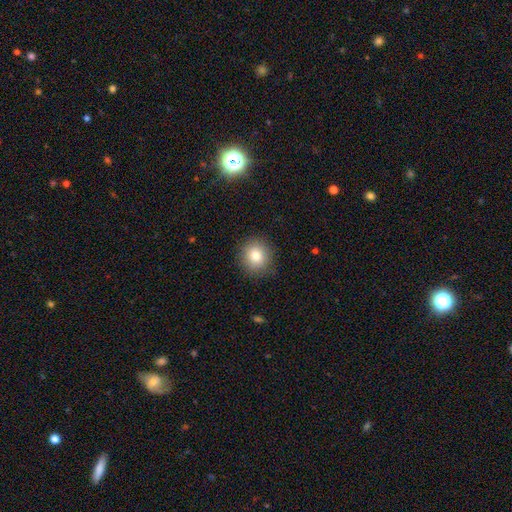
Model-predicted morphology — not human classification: Smooth or featured? smooth (81%)
How rounded? round (87%)
Merging? none (88%)